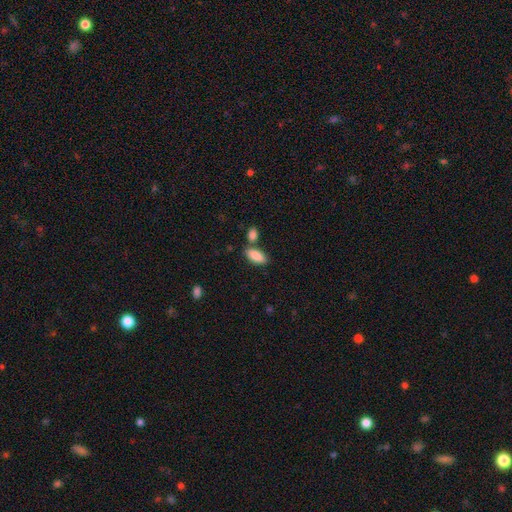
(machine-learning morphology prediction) type=smooth (88%); roundness=in between (89%); merging=none (65%).